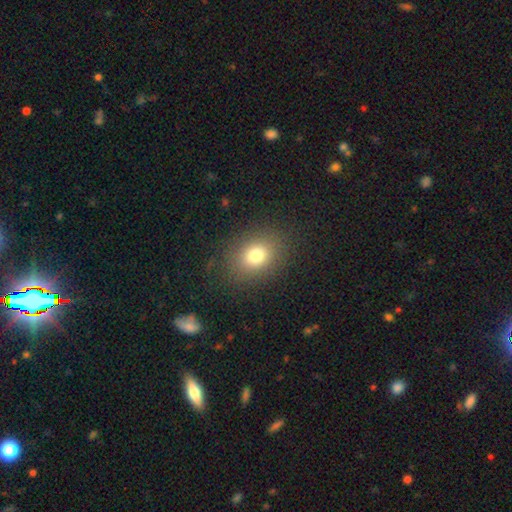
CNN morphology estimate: Smooth or featured? Predicted: smooth (p=0.77). How rounded? Predicted: in between (p=0.52). Merging? Predicted: none (p=0.85).